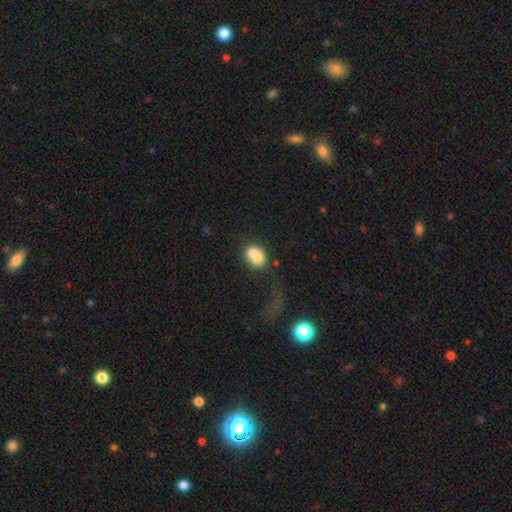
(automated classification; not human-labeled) This is likely a smooth galaxy (77%). How rounded: likely in between (74%). Merging: marginally none (34%).